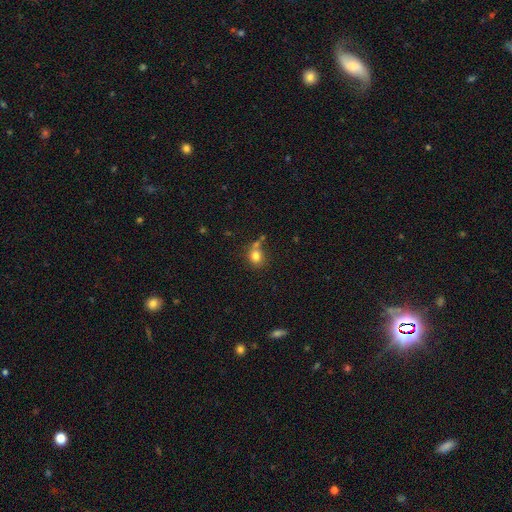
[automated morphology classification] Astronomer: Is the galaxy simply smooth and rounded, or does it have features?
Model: smooth — 80%.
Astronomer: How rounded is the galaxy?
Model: round — 69%.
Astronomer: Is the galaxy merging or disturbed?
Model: none — 55%.